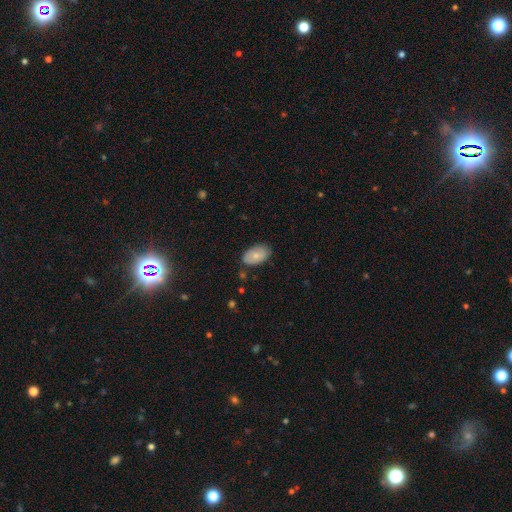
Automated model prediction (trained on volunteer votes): Overall: smooth (71%). How rounded: in between (93%). Merging: none (76%).